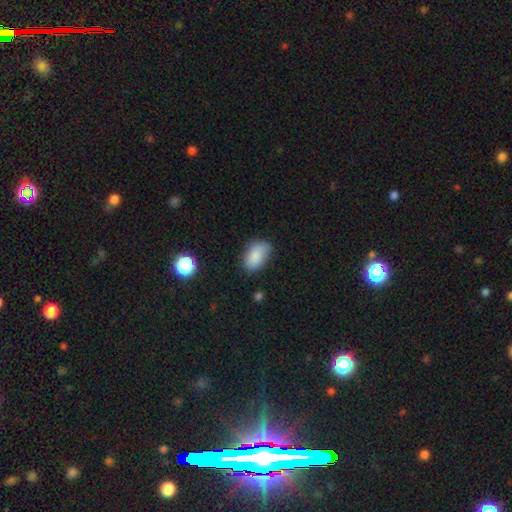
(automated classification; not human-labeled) Smooth or featured: smooth — 86% (star or artifact — 8%)
How rounded: in between — 91% (round — 8%)
Merging: none — 75% (minor disturbance — 20%)